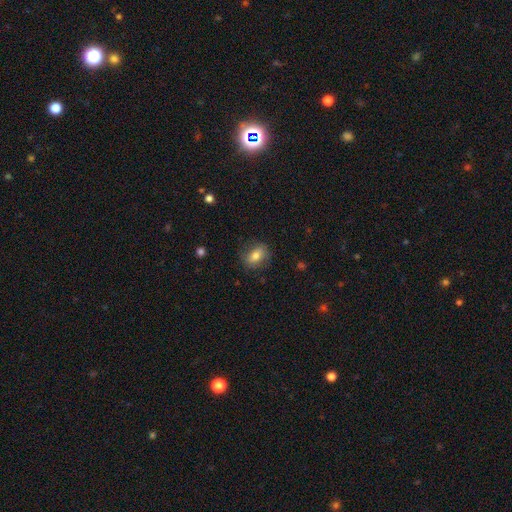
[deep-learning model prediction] smooth-or-featured: smooth: 76% | featured or disk: 15% | star or artifact: 9%
  how-rounded: in between: 69% | round: 29% | cigar-shaped: 2%
  merging: none: 79% | minor disturbance: 15% | major disturbance: 4% | merger: 1%